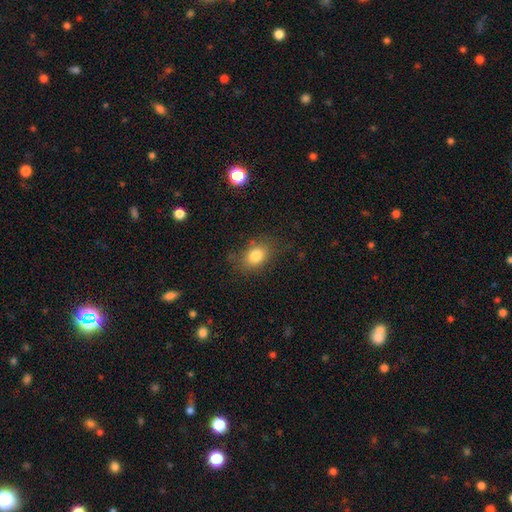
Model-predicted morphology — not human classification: type=smooth (82%); roundness=in between (75%); merging=none (76%).